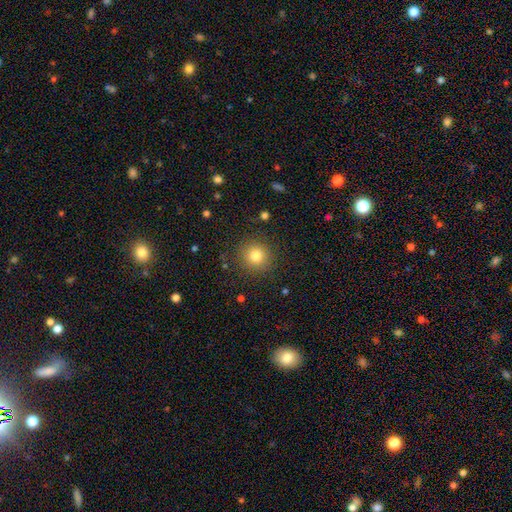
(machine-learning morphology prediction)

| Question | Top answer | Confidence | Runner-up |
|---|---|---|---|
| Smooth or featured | smooth | 80% | star or artifact (12%) |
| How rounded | round | 94% | in between (5%) |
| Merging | none | 88% | minor disturbance (7%) |